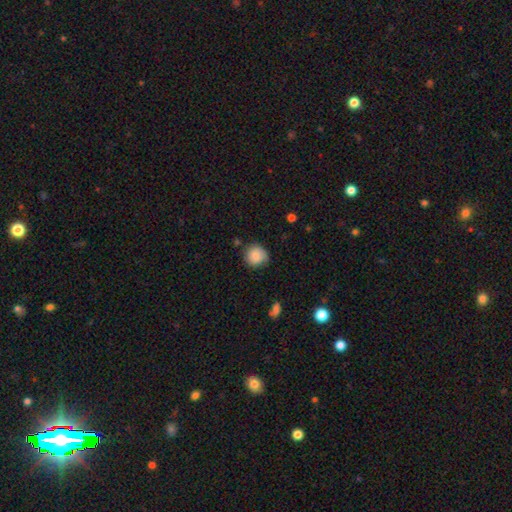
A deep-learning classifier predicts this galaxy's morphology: smooth_or_featured: smooth (p=0.84) [alt: star or artifact p=0.08]
how_rounded: round (p=0.89) [alt: in between p=0.10]
merging: none (p=0.76) [alt: minor disturbance p=0.19]